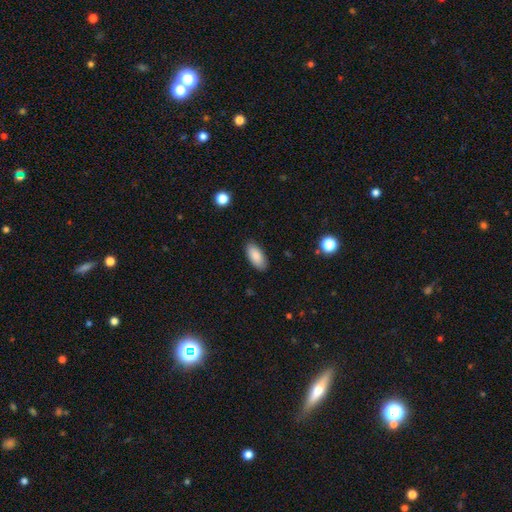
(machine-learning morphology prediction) Overall: smooth (88%). How rounded: in between (91%). Merging: none (87%).